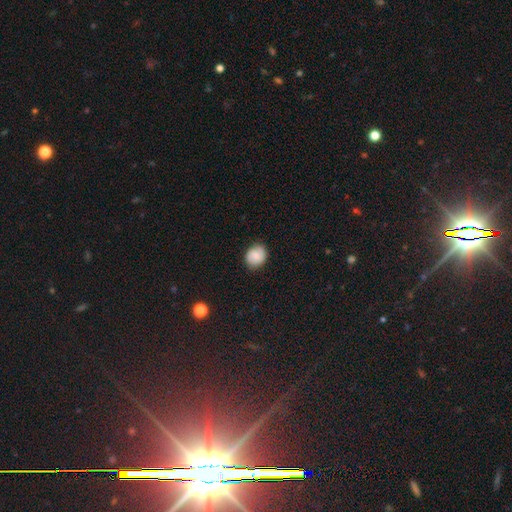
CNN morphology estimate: smooth-or-featured: smooth: 76% | featured or disk: 16% | star or artifact: 8%
  how-rounded: round: 67% | in between: 32% | cigar-shaped: 1%
  merging: none: 84% | minor disturbance: 12% | major disturbance: 3% | merger: 1%